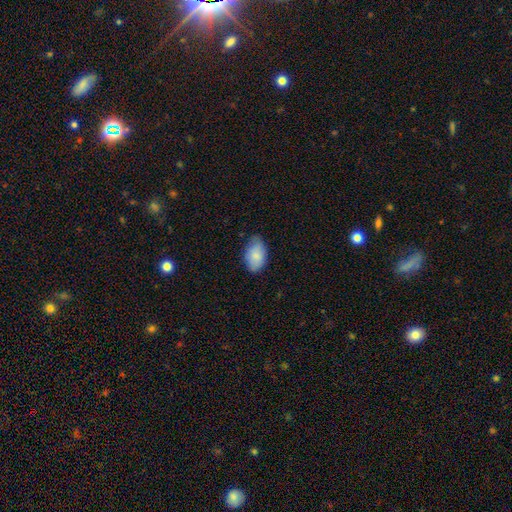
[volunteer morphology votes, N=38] smooth 76%, featured or disk 18%, star or artifact 5%. Down the decision tree: how rounded — in between (93%); merging — none (53%).